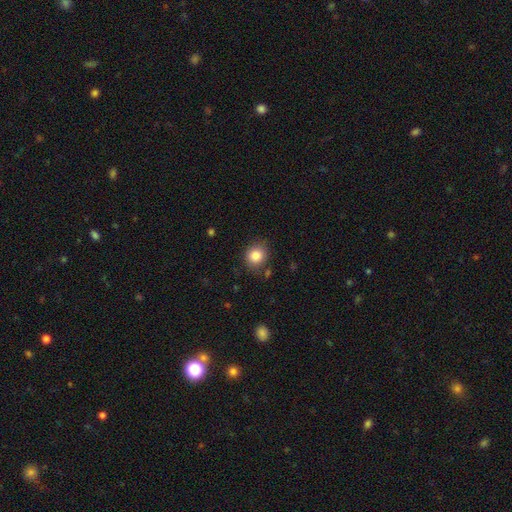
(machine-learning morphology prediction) smooth_or_featured: smooth (p=0.84) [alt: star or artifact p=0.10]
how_rounded: round (p=0.83) [alt: in between p=0.16]
merging: none (p=0.82) [alt: minor disturbance p=0.12]